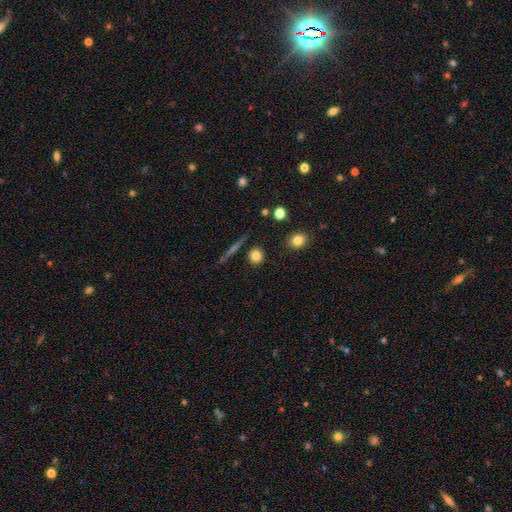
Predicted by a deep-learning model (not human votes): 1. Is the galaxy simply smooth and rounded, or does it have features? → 80% smooth, 11% star or artifact, 8% featured or disk.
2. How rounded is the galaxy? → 87% round, 11% in between, 2% cigar-shaped.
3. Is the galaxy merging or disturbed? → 86% none, 8% minor disturbance, 4% merger, 3% major disturbance.